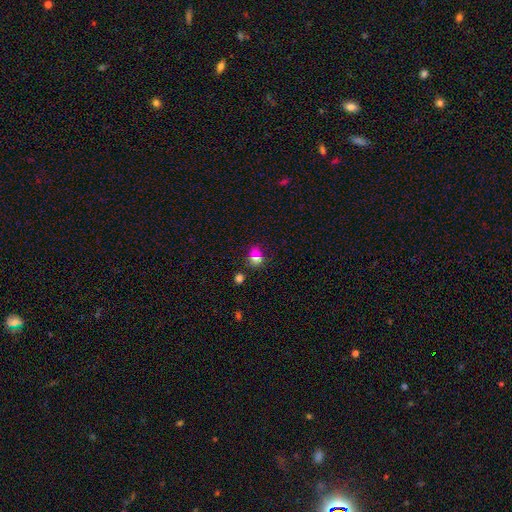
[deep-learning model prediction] The model was most divided on "how rounded": round: 62%, in between: 36%, cigar-shaped: 2%. More confident: smooth or featured — smooth (65%); merging — none (65%).